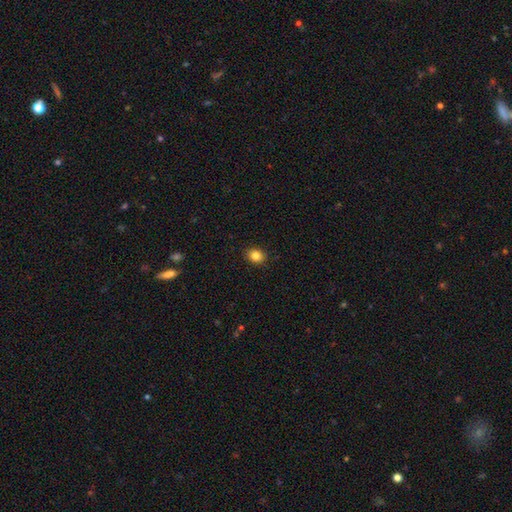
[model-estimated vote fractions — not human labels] Smooth or featured?
  - smooth: 84% *
  - star or artifact: 10%
  - featured or disk: 5%
How rounded?
  - round: 59% *
  - in between: 40%
  - cigar-shaped: 1%
Merging?
  - none: 90% *
  - minor disturbance: 7%
  - major disturbance: 2%
  - merger: 1%